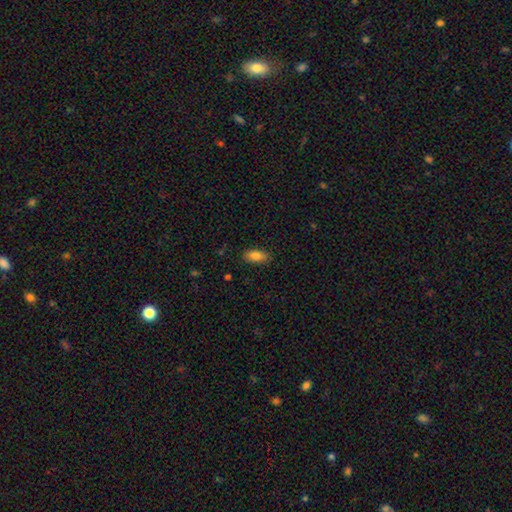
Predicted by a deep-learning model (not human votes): This is clearly a smooth galaxy (86%). How rounded: clearly in between (87%). Merging: clearly none (86%).